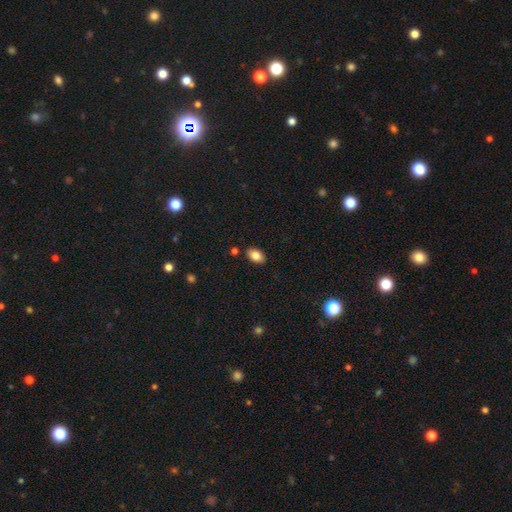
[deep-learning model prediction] Q: Smooth or featured?
A: smooth (82%); runner-up: featured or disk (9%)
Q: How rounded?
A: in between (89%); runner-up: round (9%)
Q: Merging?
A: none (86%); runner-up: minor disturbance (9%)